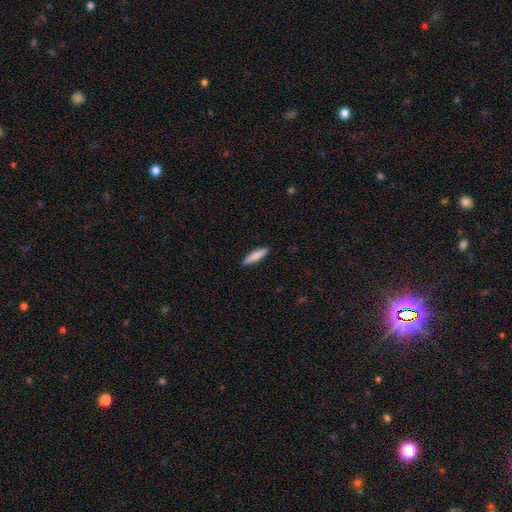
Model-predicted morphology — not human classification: Q: Smooth or featured?
A: smooth (82%); runner-up: featured or disk (12%)
Q: How rounded?
A: cigar-shaped (78%); runner-up: in between (20%)
Q: Merging?
A: none (90%); runner-up: minor disturbance (7%)